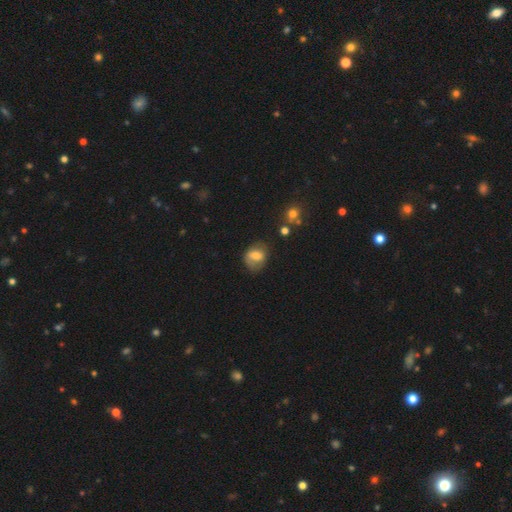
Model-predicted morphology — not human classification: smooth-or-featured: smooth: 66% | featured or disk: 24% | star or artifact: 9%
  how-rounded: in between: 55% | round: 44% | cigar-shaped: 1%
  merging: none: 55% | minor disturbance: 28% | major disturbance: 14% | merger: 3%